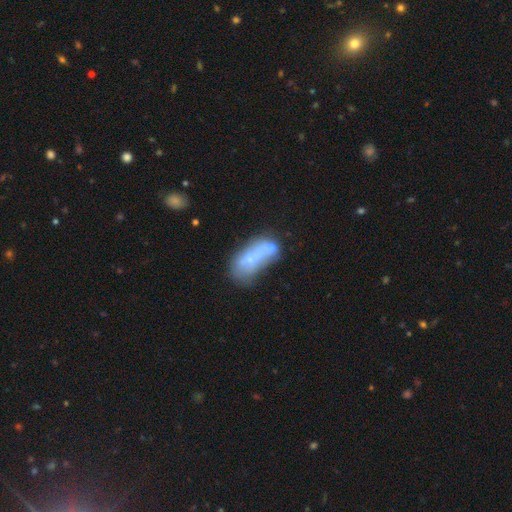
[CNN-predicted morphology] Smooth or featured: smooth — 55% (featured or disk — 33%)
How rounded: in between — 78% (cigar-shaped — 17%)
Merging: merger — 38% (none — 25%)